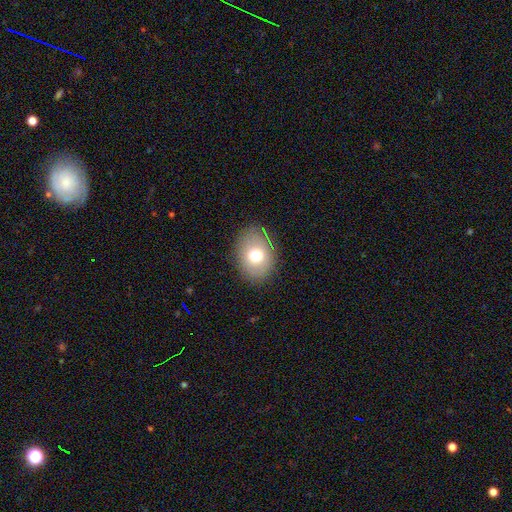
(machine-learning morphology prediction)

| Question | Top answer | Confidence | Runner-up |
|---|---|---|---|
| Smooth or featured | smooth | 72% | featured or disk (17%) |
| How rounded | in between | 65% | round (34%) |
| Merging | none | 85% | minor disturbance (10%) |